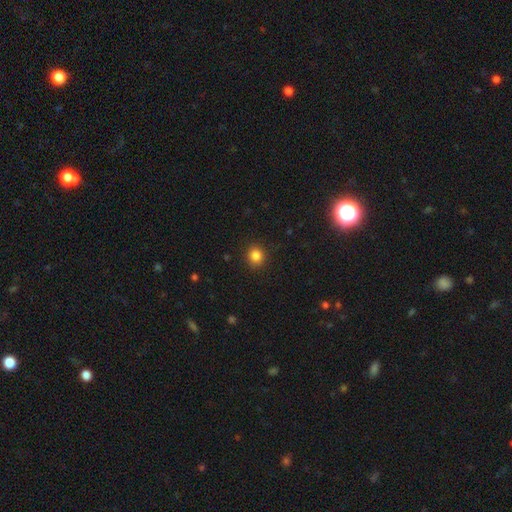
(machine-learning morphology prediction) smooth_or_featured: smooth (p=0.84) [alt: star or artifact p=0.12]
how_rounded: round (p=0.86) [alt: in between p=0.13]
merging: none (p=0.90) [alt: minor disturbance p=0.07]